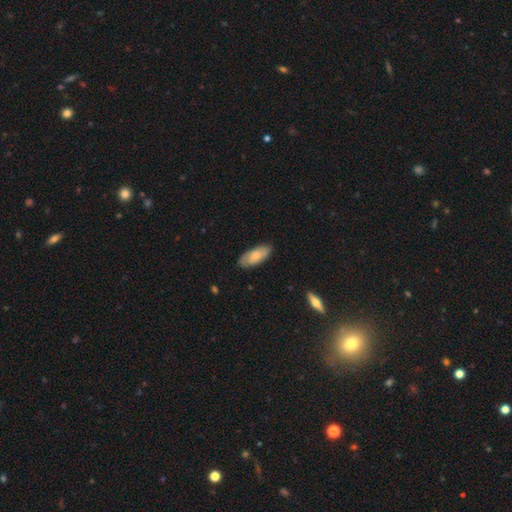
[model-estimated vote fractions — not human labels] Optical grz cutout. It shows a smooth galaxy with no disk features (71%) that is in between round and cigar-shaped (85%). Merging: none (84%).